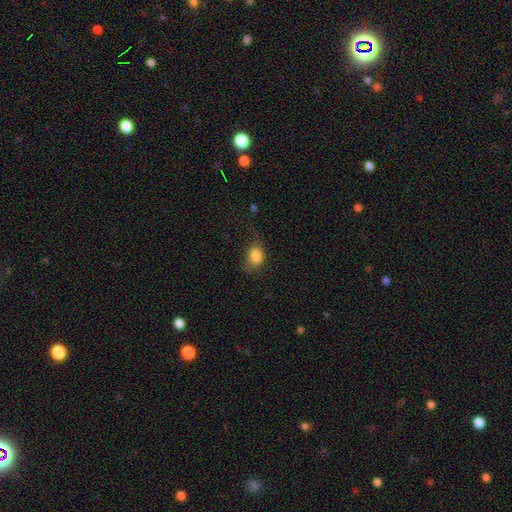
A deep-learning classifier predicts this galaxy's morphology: This is clearly a smooth galaxy (84%). How rounded: likely in between (71%). Merging: possibly none (54%).